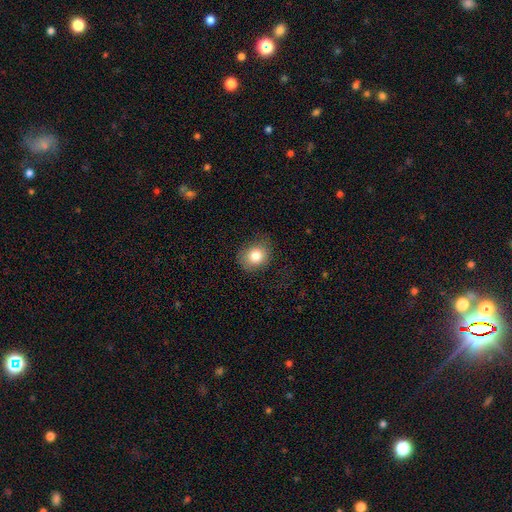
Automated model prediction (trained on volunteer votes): Overall: smooth (83%). How rounded: round (64%; in between 35%). Merging: none (74%).